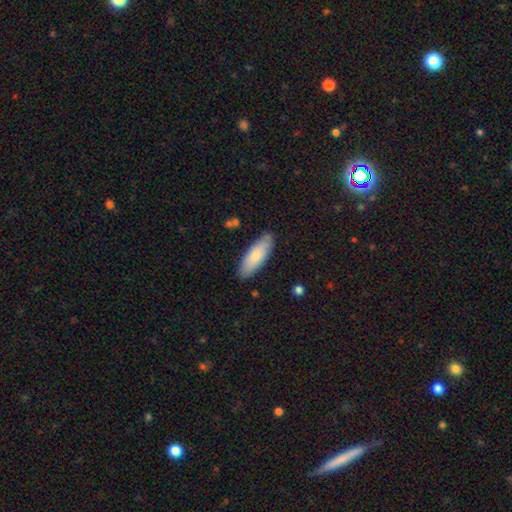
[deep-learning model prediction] This appears to be a smooth galaxy with no disk features (78%) that is in between round and cigar-shaped (64%). Merging: none (83%).